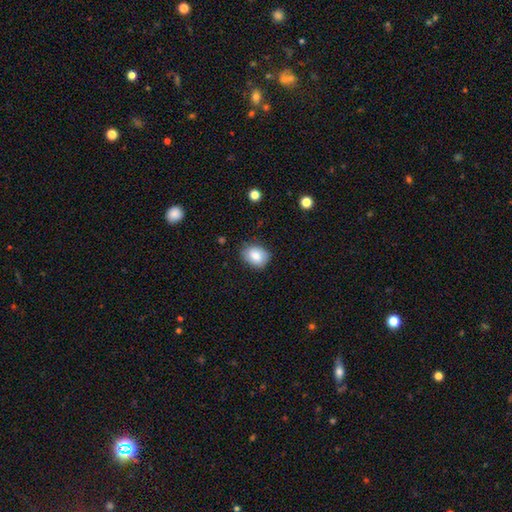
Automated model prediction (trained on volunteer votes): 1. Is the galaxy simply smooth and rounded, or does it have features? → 80% smooth, 12% featured or disk, 8% star or artifact.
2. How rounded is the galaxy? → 62% in between, 37% round, 1% cigar-shaped.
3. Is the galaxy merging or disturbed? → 75% none, 20% minor disturbance, 4% major disturbance, 1% merger.